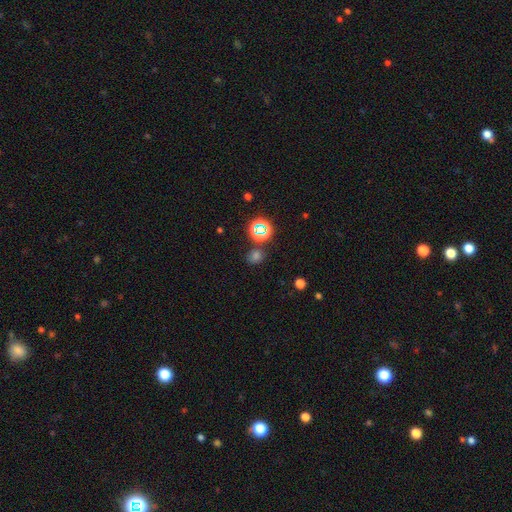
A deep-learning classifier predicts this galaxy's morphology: A smooth galaxy with no disk features (53%) that is round (71%).

Vote fractions:
- Smooth or featured? smooth: 53% / star or artifact: 40% / featured or disk: 8%
- How rounded? round: 71% / in between: 28% / cigar-shaped: 1%
- Merging? none: 79% / minor disturbance: 10% / merger: 8% / major disturbance: 4%